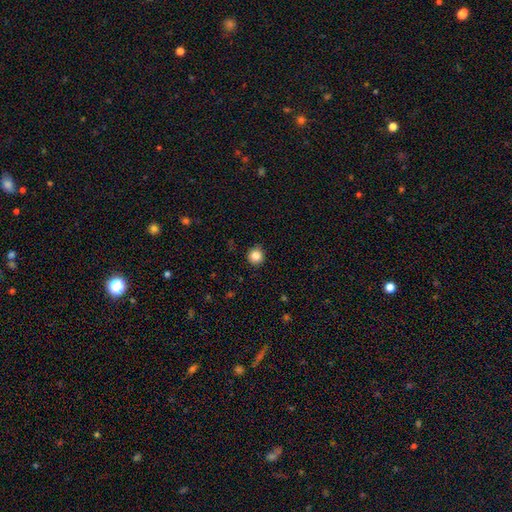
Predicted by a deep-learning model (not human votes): A smooth galaxy with no disk features (85%) that is round (93%).

Vote fractions:
- Smooth or featured? smooth: 85% / star or artifact: 11% / featured or disk: 5%
- How rounded? round: 93% / in between: 6% / cigar-shaped: 1%
- Merging? none: 89% / minor disturbance: 8% / major disturbance: 2% / merger: 1%